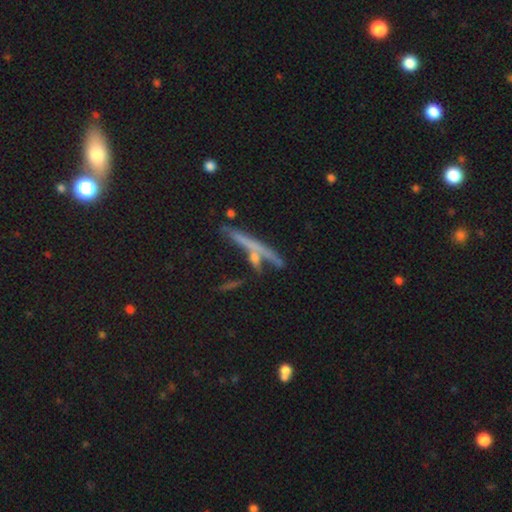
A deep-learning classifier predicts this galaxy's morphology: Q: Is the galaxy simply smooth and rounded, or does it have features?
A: featured or disk — 51%.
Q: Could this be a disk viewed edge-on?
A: yes — 86%.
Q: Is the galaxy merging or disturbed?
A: none — 58%.